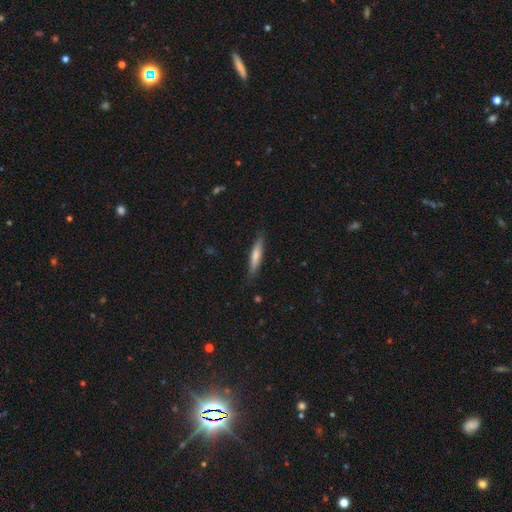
smooth_or_featured: smooth (p=0.75) [alt: featured or disk p=0.20]
how_rounded: cigar-shaped (p=0.87) [alt: in between p=0.13]
merging: none (p=0.89) [alt: minor disturbance p=0.05]